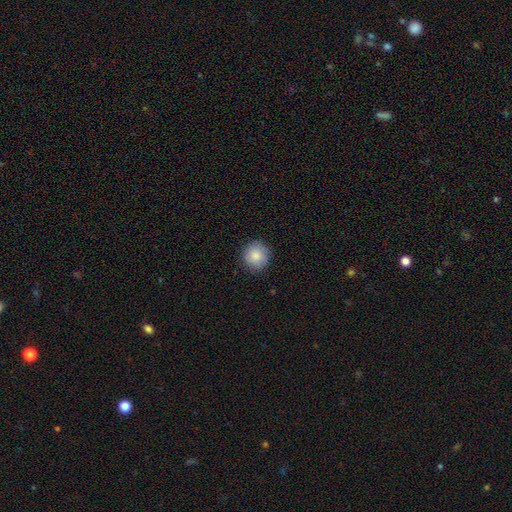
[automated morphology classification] This appears to be a smooth galaxy with no disk features (85%) that is round (92%). Merging: none (88%).